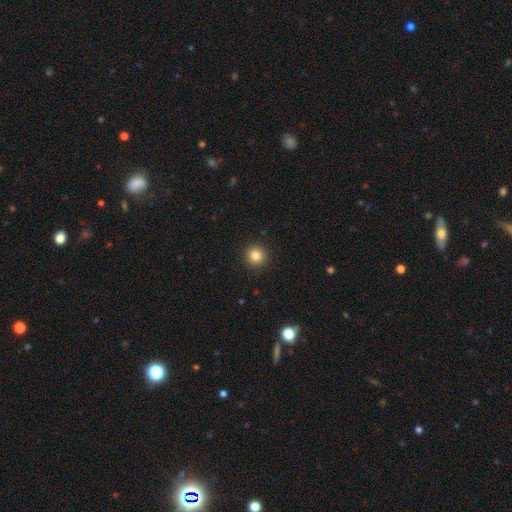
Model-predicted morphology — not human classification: Q: Smooth or featured?
A: smooth (84%); runner-up: star or artifact (11%)
Q: How rounded?
A: round (95%); runner-up: in between (4%)
Q: Merging?
A: none (93%); runner-up: minor disturbance (5%)